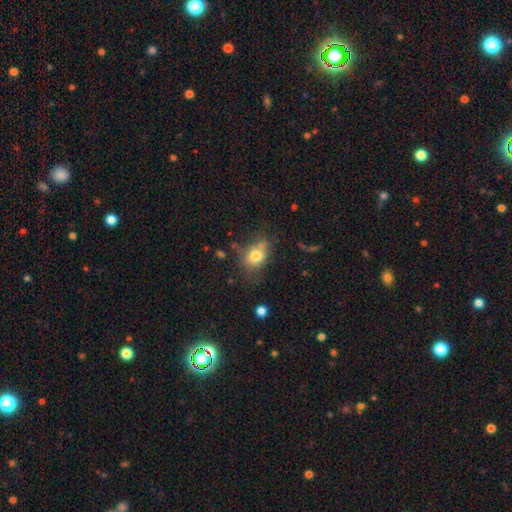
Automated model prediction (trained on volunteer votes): A smooth galaxy with no disk features (74%) that is in between round and cigar-shaped (55%). Merging: none (50%).